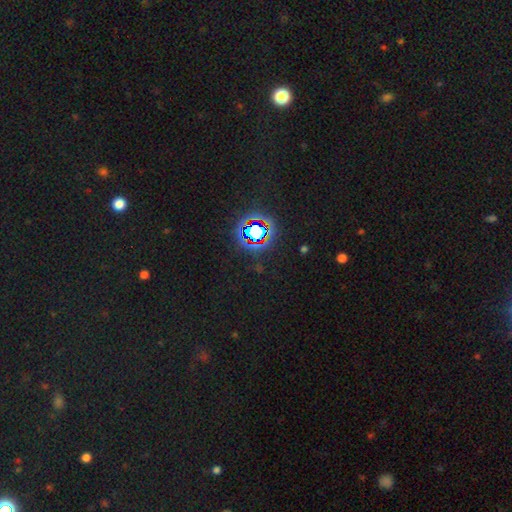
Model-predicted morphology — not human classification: Q: Smooth or featured?
A: star or artifact (78%); runner-up: smooth (14%)